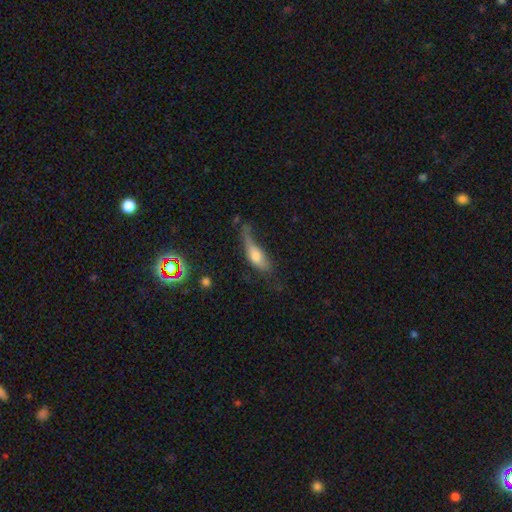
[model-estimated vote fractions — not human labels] Morphology: type=smooth (53%); roundness=in between (51%); merging=major disturbance (34%).